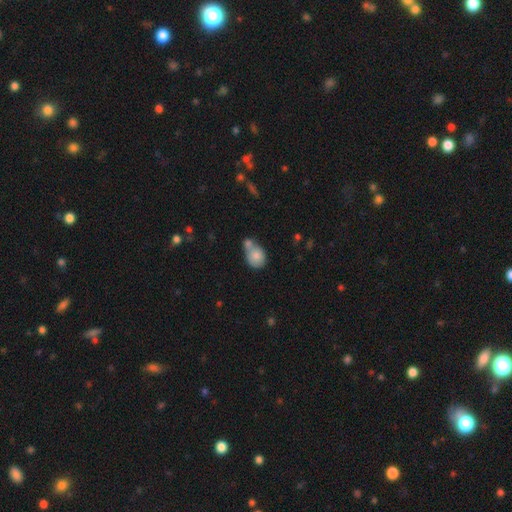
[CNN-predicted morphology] Smooth or featured? smooth (78%)
How rounded? round (55%)
Merging? merger (53%)